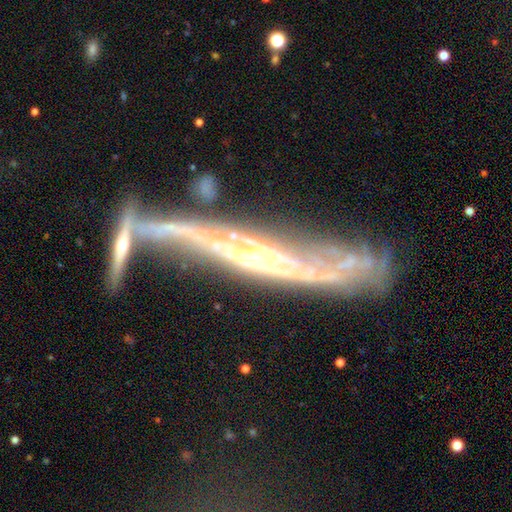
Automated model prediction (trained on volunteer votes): Morphology: type=featured or disk (86%); edge-on=yes (59%); edge-on bulge=rounded (62%); merging=none (38%).